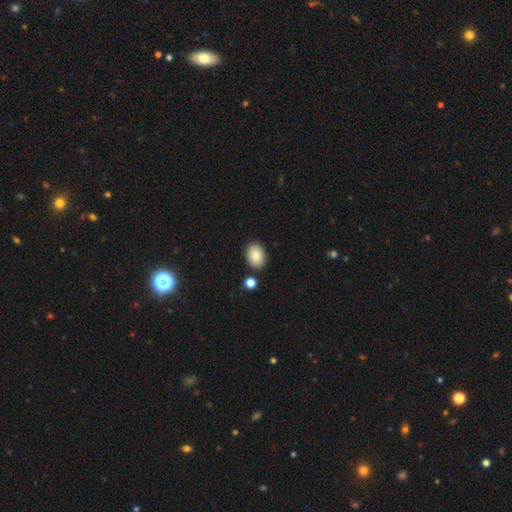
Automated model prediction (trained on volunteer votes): smooth-or-featured: smooth: 85% | featured or disk: 8% | star or artifact: 7%
  how-rounded: in between: 83% | round: 16% | cigar-shaped: 1%
  merging: none: 86% | minor disturbance: 9% | merger: 4% | major disturbance: 2%